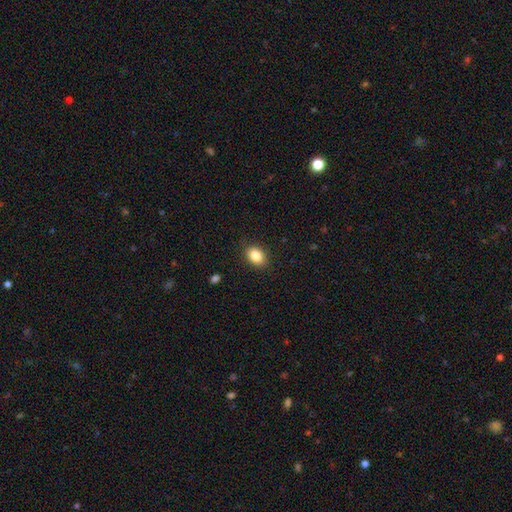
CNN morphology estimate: A smooth galaxy with no disk features (86%) that is in between round and cigar-shaped (73%). Merging: none (88%).